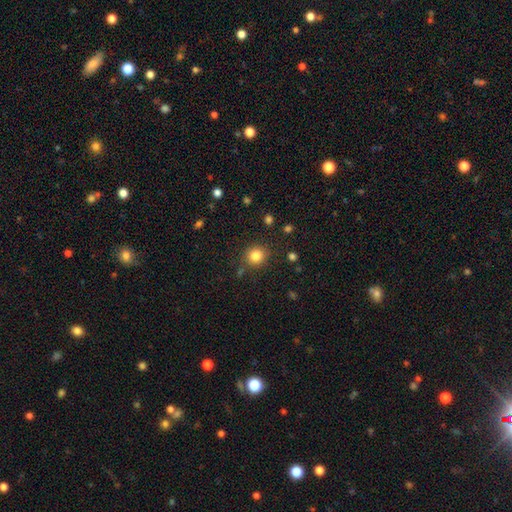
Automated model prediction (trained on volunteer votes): Smooth or featured? Predicted: smooth (p=0.83). How rounded? Predicted: round (p=0.88). Merging? Predicted: none (p=0.84).